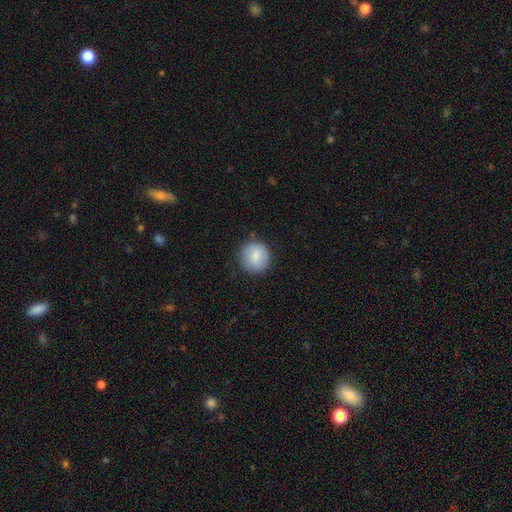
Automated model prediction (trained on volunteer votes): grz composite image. It shows a smooth galaxy with no disk features (84%) that is round (93%). Merging: none (87%).